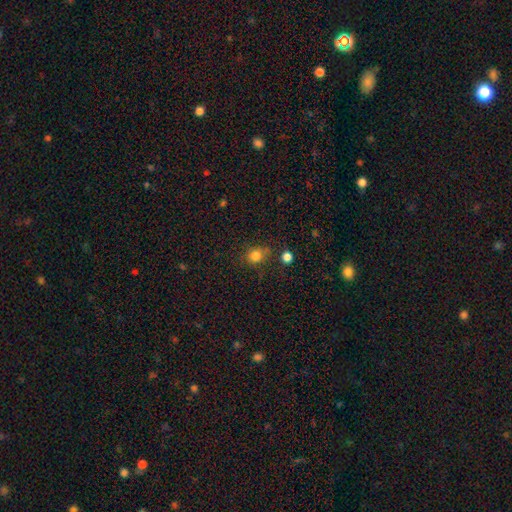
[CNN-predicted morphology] smooth 81%, star or artifact 13%, featured or disk 6%. Down the decision tree: how rounded — round (73%); merging — none (66%).